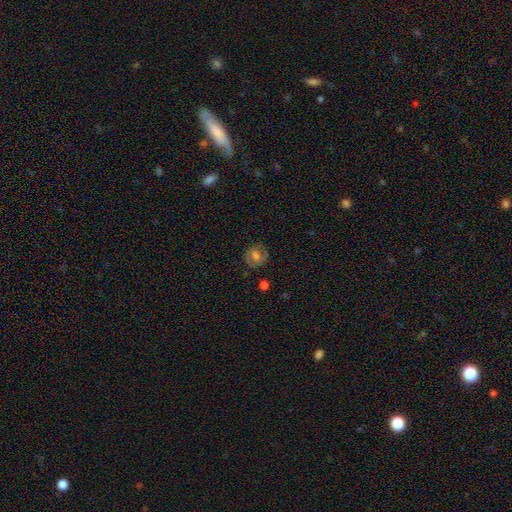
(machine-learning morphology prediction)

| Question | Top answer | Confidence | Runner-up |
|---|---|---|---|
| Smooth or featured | smooth | 56% | featured or disk (33%) |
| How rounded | round | 76% | in between (23%) |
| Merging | none | 76% | minor disturbance (16%) |